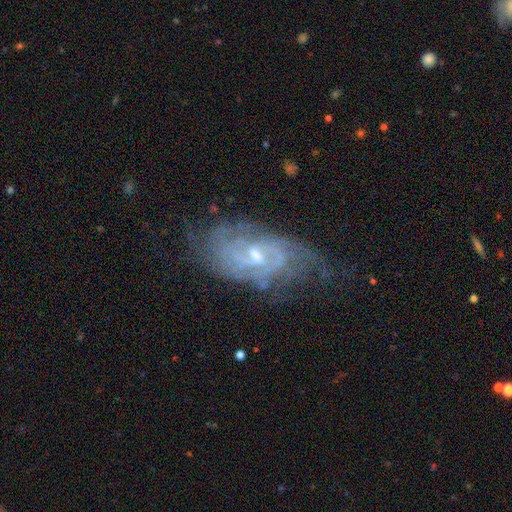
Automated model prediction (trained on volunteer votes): Overall: featured or disk (84%). Edge-on disk: no (94%). Bar: weak (50%; no 38%). Spiral arms: yes (93%). Spiral arm count: can't tell (41%; 2 30%). Spiral winding: tight (61%; medium 31%). Bulge size: small (50%; moderate 44%). Merging: none (62%; minor disturbance 24%).